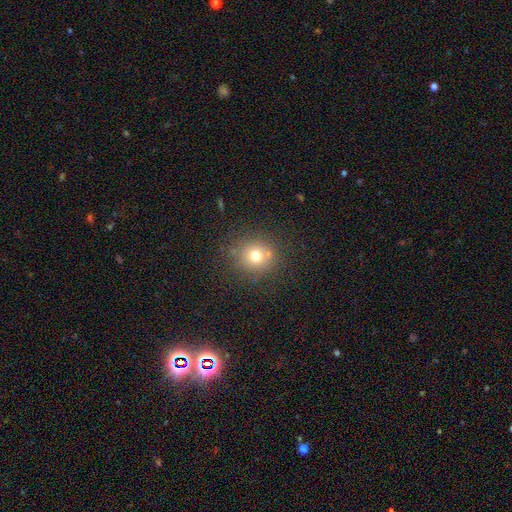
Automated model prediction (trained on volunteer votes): This is likely a smooth galaxy (72%). How rounded: clearly round (89%). Merging: likely none (79%).